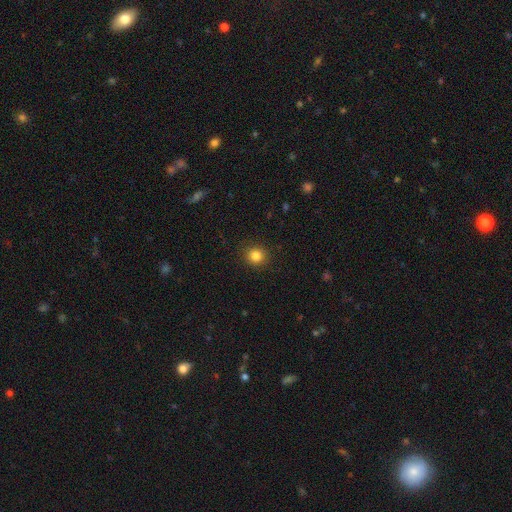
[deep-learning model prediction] This is clearly a smooth galaxy (84%). How rounded: clearly round (89%). Merging: clearly none (91%).